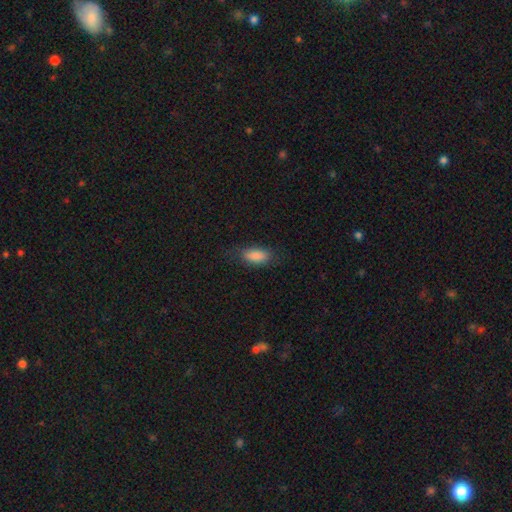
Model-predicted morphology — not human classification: A smooth galaxy with no disk features (85%) that is in between round and cigar-shaped (82%). Merging: none (75%).